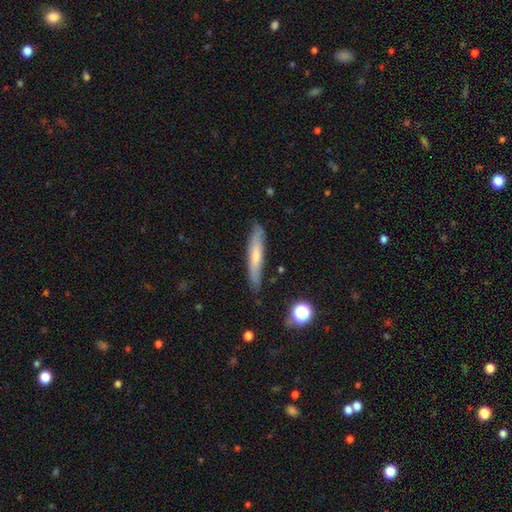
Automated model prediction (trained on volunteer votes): The model was most divided on "smooth or featured": smooth: 59%, featured or disk: 35%, star or artifact: 7%. More confident: how rounded — cigar-shaped (89%); merging — none (81%).